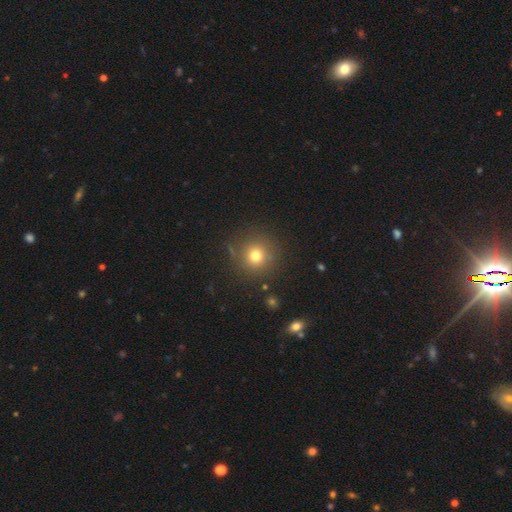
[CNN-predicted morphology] A smooth galaxy with no disk features (73%) that is round (94%).

Vote fractions:
- Smooth or featured? smooth: 73% / star or artifact: 17% / featured or disk: 10%
- How rounded? round: 94% / in between: 5% / cigar-shaped: 1%
- Merging? none: 85% / minor disturbance: 8% / major disturbance: 4% / merger: 3%